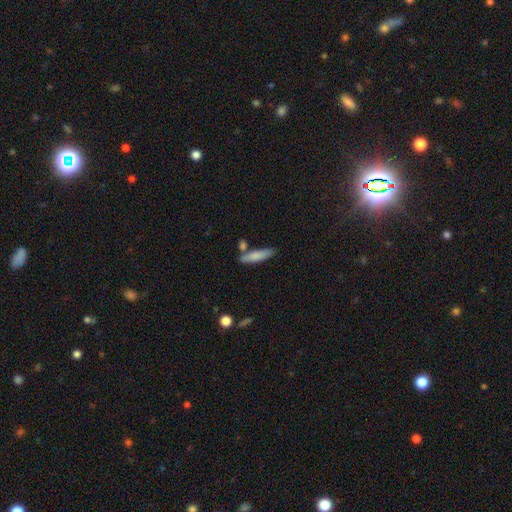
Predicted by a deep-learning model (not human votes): smooth_or_featured: smooth (p=0.78) [alt: featured or disk p=0.16]
how_rounded: cigar-shaped (p=0.75) [alt: in between p=0.23]
merging: none (p=0.68) [alt: minor disturbance p=0.15]